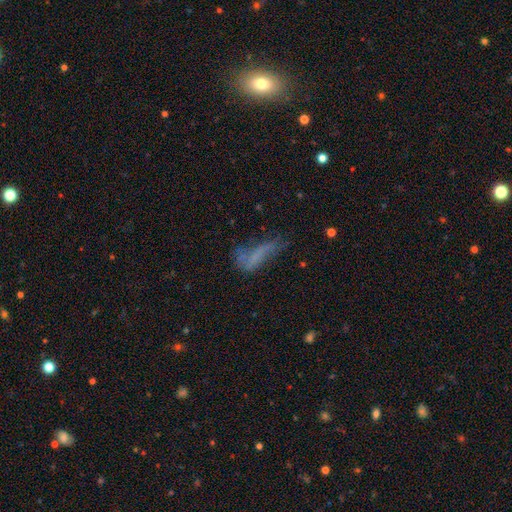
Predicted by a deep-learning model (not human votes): A smooth galaxy with no disk features (49%).

Vote fractions:
- Smooth or featured? smooth: 49% / featured or disk: 34% / star or artifact: 16%
- Merging? major disturbance: 36% / none: 31% / minor disturbance: 26% / merger: 8%